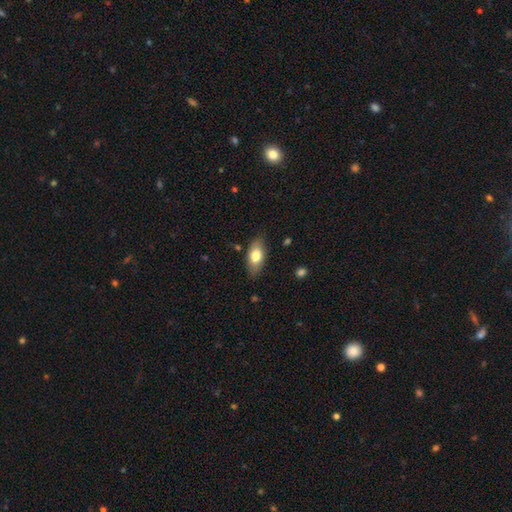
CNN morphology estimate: The model was most divided on "smooth or featured": smooth: 75%, featured or disk: 19%, star or artifact: 7%. More confident: how rounded — in between (89%); merging — none (83%).